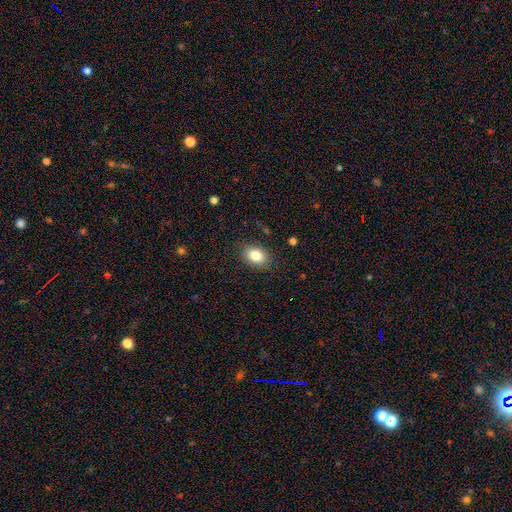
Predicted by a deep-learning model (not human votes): Smooth or featured?
  - smooth: 83% *
  - star or artifact: 9%
  - featured or disk: 8%
How rounded?
  - in between: 78% *
  - round: 21%
  - cigar-shaped: 1%
Merging?
  - none: 85% *
  - minor disturbance: 10%
  - major disturbance: 3%
  - merger: 1%